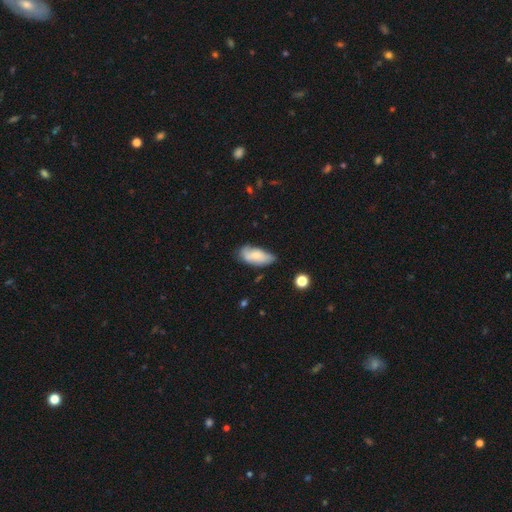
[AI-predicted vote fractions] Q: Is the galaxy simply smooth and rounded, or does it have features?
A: smooth — 72%.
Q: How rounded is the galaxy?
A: in between — 88%.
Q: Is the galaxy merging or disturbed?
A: none — 51%.